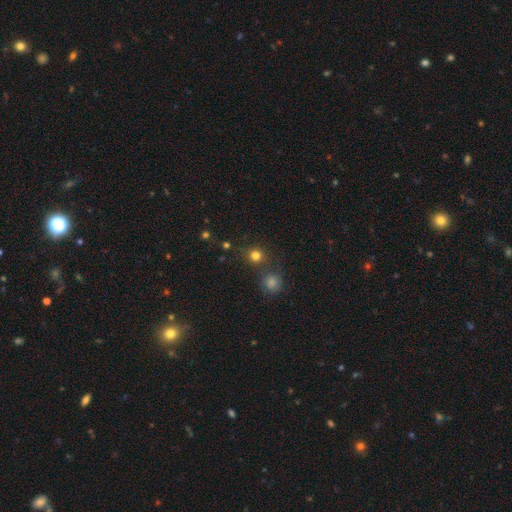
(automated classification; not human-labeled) smooth-or-featured: smooth: 76% | star or artifact: 18% | featured or disk: 6%
  how-rounded: round: 90% | in between: 9% | cigar-shaped: 1%
  merging: none: 72% | merger: 15% | minor disturbance: 9% | major disturbance: 4%